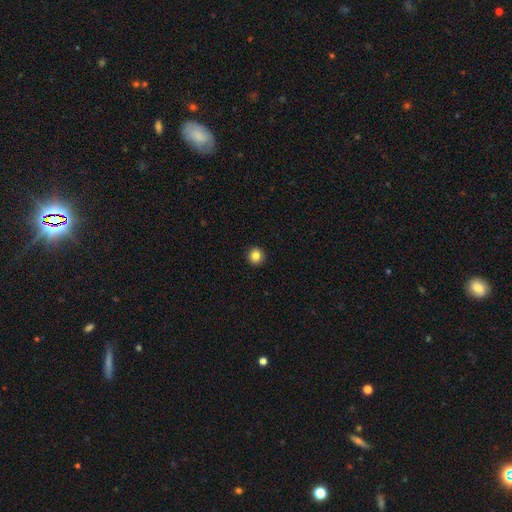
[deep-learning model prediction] Morphology: type=smooth (84%); roundness=round (94%); merging=none (93%).